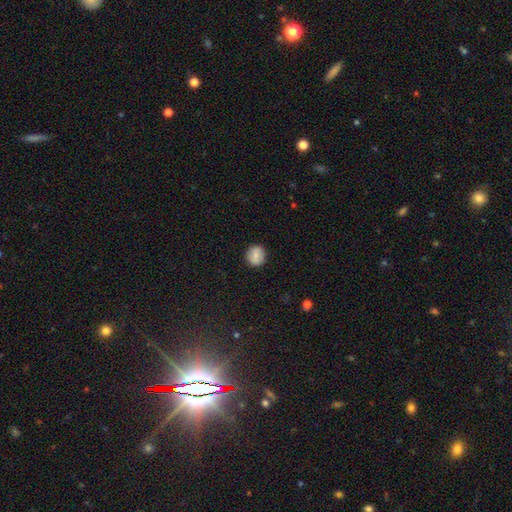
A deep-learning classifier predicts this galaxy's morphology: Smooth or featured? smooth (79%)
How rounded? round (88%)
Merging? none (89%)